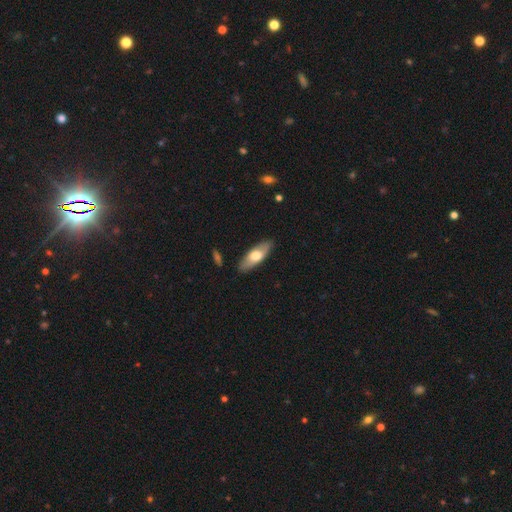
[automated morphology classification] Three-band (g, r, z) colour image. It shows a smooth galaxy with no disk features (61%) that is in between round and cigar-shaped (64%). Merging: none (87%).